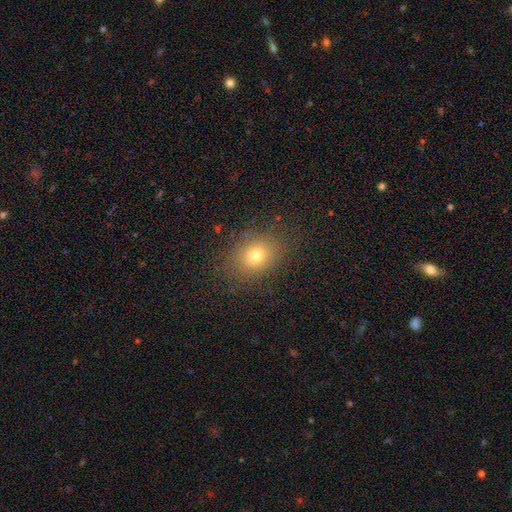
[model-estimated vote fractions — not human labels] Morphology: type=smooth (74%); roundness=in between (51%); merging=none (84%).